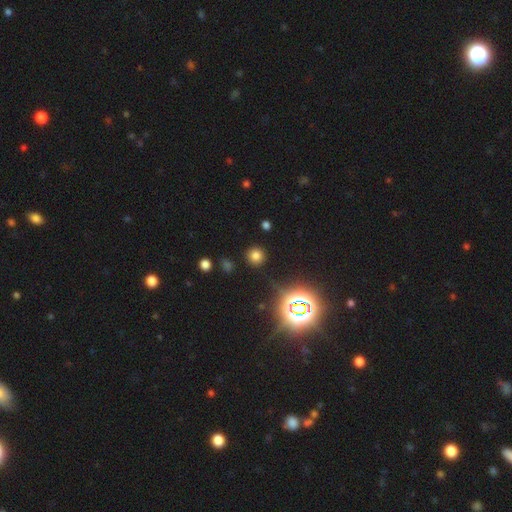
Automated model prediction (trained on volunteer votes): Smooth or featured? smooth (71%)
How rounded? round (93%)
Merging? none (89%)